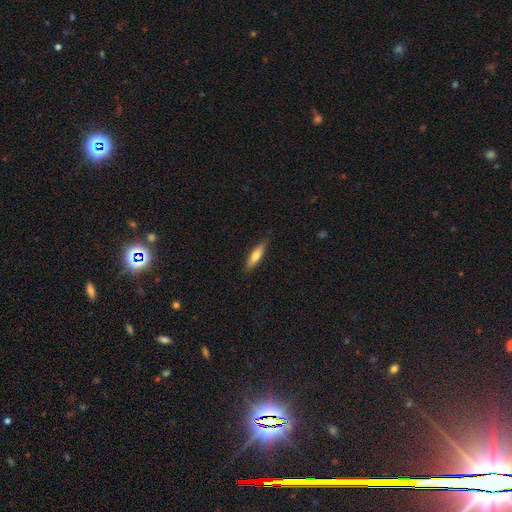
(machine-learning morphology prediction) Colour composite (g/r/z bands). It shows a smooth galaxy with no disk features (62%) that is cigar-shaped (74%). Merging: none (85%).